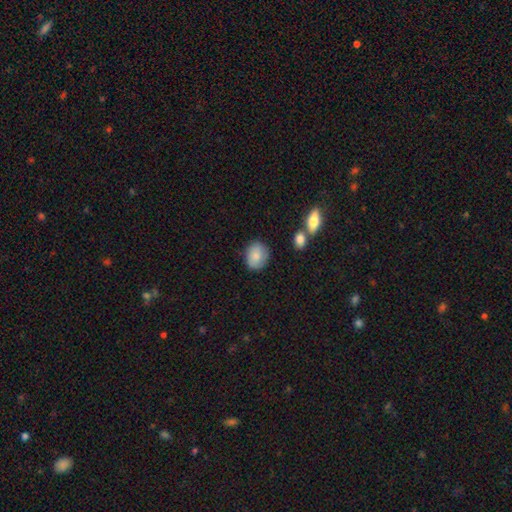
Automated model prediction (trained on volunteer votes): Smooth or featured: smooth — 81% (featured or disk — 12%)
How rounded: round — 53% (in between — 46%)
Merging: none — 78% (minor disturbance — 15%)